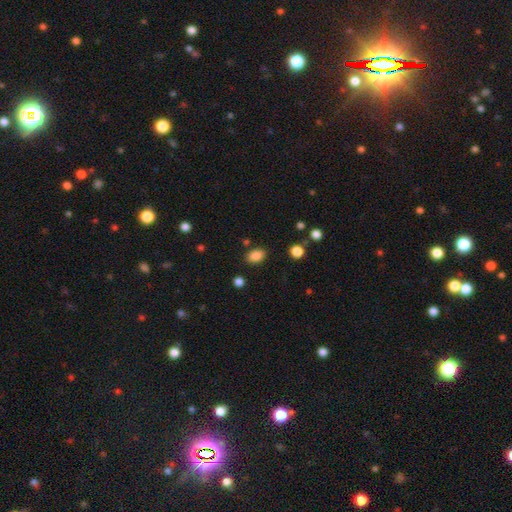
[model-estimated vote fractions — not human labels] The model was most divided on "how rounded": in between: 82%, round: 16%, cigar-shaped: 1%. More confident: smooth or featured — smooth (86%); merging — none (84%).